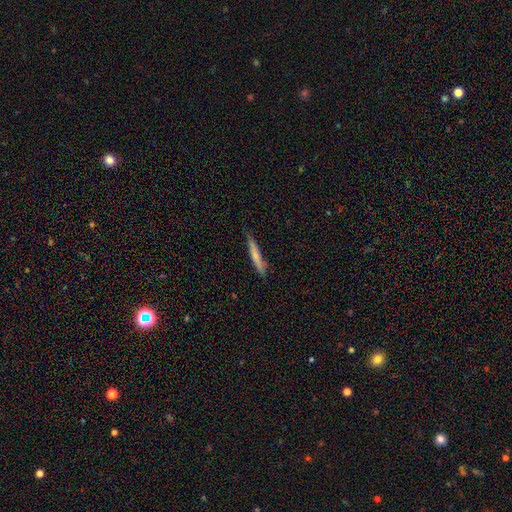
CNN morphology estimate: smooth-or-featured: smooth: 70% | featured or disk: 25% | star or artifact: 6%
  how-rounded: cigar-shaped: 94% | in between: 5% | round: 1%
  merging: none: 78% | minor disturbance: 18% | major disturbance: 3% | merger: 2%